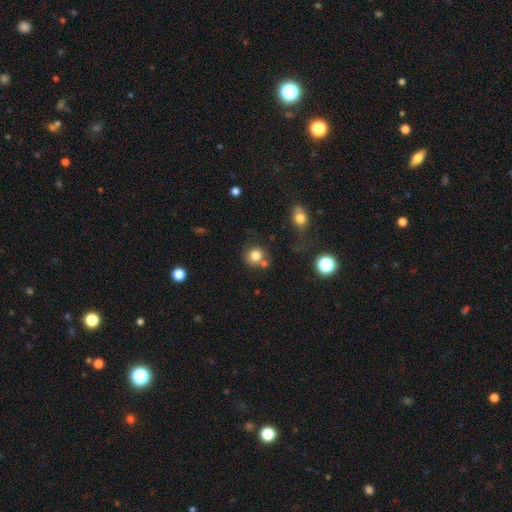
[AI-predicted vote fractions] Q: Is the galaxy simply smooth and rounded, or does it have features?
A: smooth — 80%.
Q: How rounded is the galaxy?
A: round — 87%.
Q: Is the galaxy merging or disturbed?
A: none — 63%.